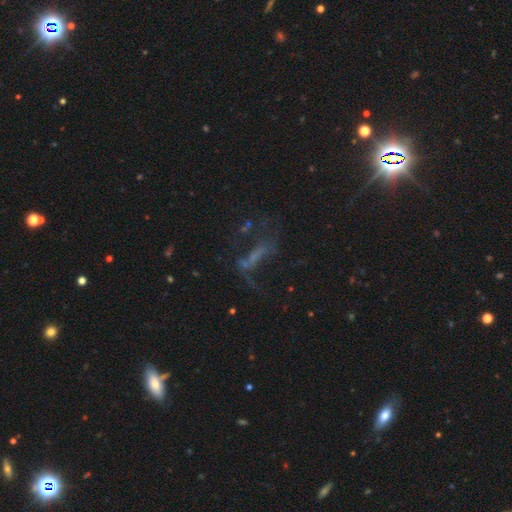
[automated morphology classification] Overall: featured or disk (46%; star or artifact 32%). Merging: none (39%; major disturbance 37%).